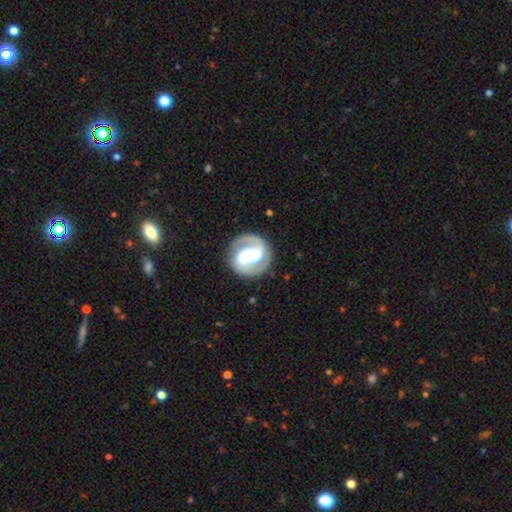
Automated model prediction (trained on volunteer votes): Smooth or featured? featured or disk (85%)
Edge-on disk? no (98%)
Bar? strong (53%)
Spiral arms? yes (93%)
Spiral winding? medium (48%)
Spiral arm count? 2 (89%)
Bulge size? moderate (51%)
Merging? none (85%)